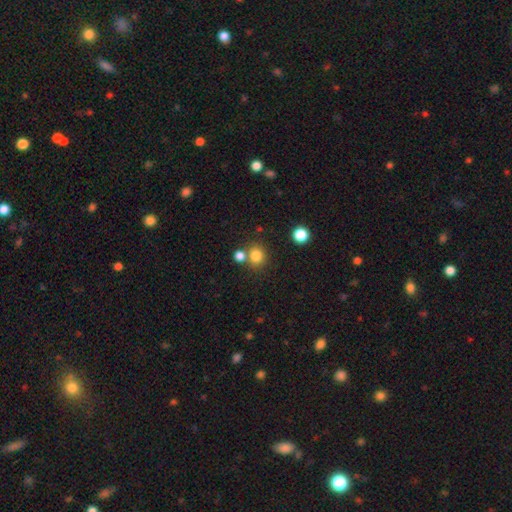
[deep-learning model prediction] This appears to be a smooth galaxy with no disk features (81%) that is round (81%). Merging: none (67%).